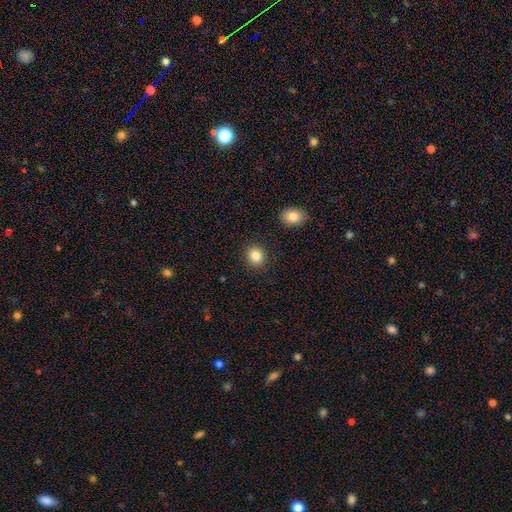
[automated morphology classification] The model was most divided on "how rounded": round: 77%, in between: 22%, cigar-shaped: 1%. More confident: merging — none (90%); smooth or featured — smooth (84%).